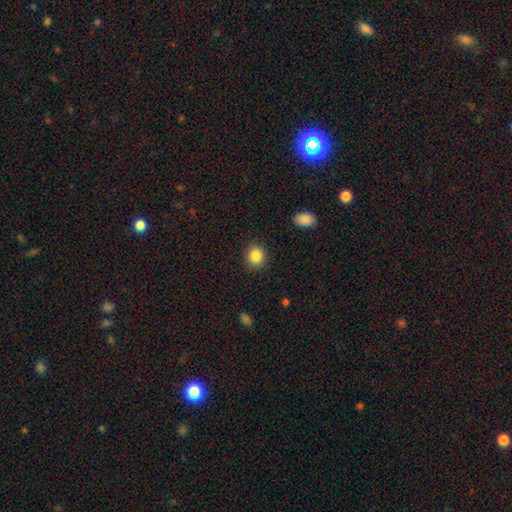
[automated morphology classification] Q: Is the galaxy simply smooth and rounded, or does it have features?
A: smooth — 86%.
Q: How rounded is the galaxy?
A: round — 84%.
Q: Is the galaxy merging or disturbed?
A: none — 89%.